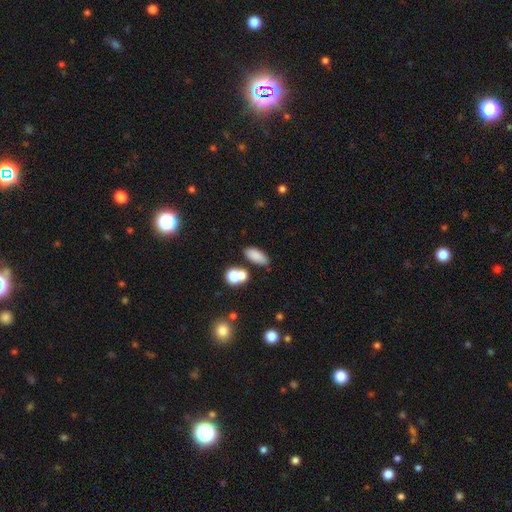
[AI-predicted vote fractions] Overall: smooth (82%). How rounded: in between (79%). Merging: none (74%).